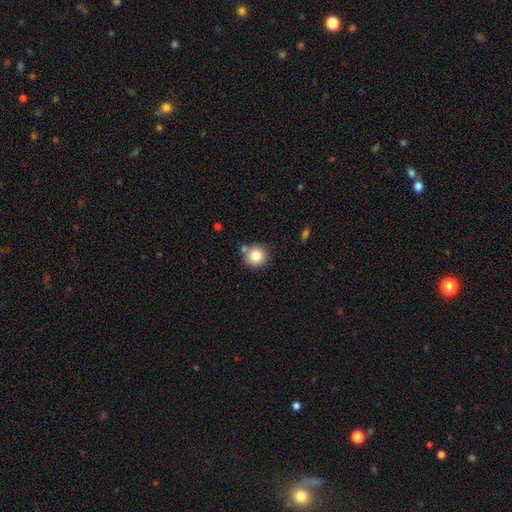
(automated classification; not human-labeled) A smooth galaxy with no disk features (82%) that is round (93%).

Vote fractions:
- Smooth or featured? smooth: 82% / star or artifact: 10% / featured or disk: 8%
- How rounded? round: 93% / in between: 6% / cigar-shaped: 1%
- Merging? none: 74% / merger: 13% / minor disturbance: 11% / major disturbance: 3%